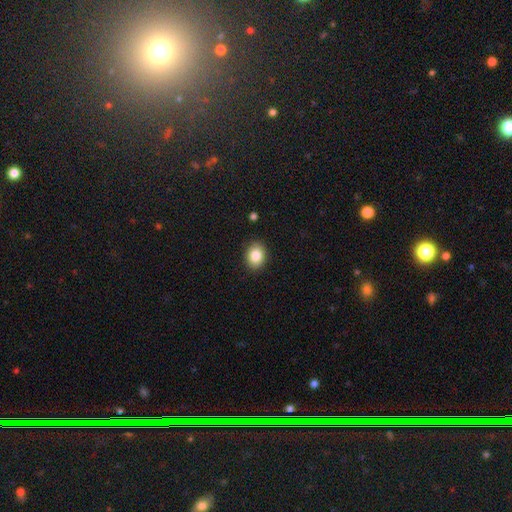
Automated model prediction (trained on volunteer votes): This appears to be a smooth galaxy with no disk features (85%) that is in between round and cigar-shaped (55%). Merging: none (88%).